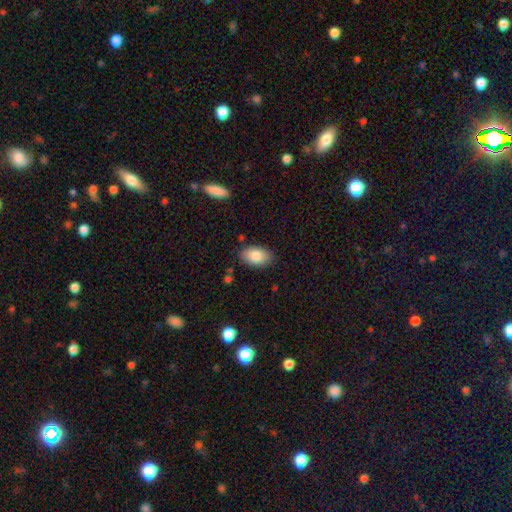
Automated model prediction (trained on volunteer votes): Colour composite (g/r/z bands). It shows a smooth galaxy with no disk features (83%) that is in between round and cigar-shaped (92%). Merging: none (84%).